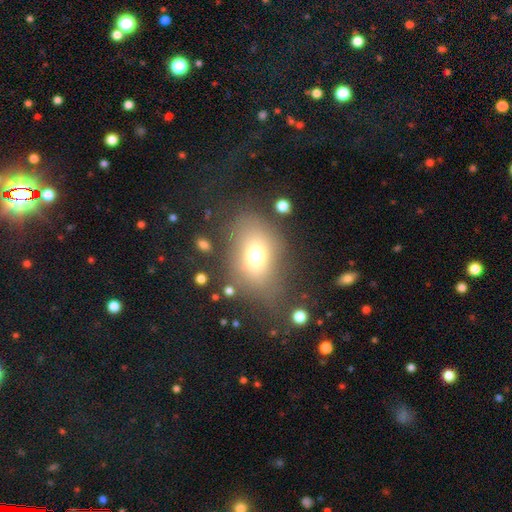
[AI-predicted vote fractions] smooth_or_featured: smooth (p=0.68) [alt: featured or disk p=0.17]
how_rounded: in between (p=0.67) [alt: round p=0.31]
merging: none (p=0.64) [alt: minor disturbance p=0.18]